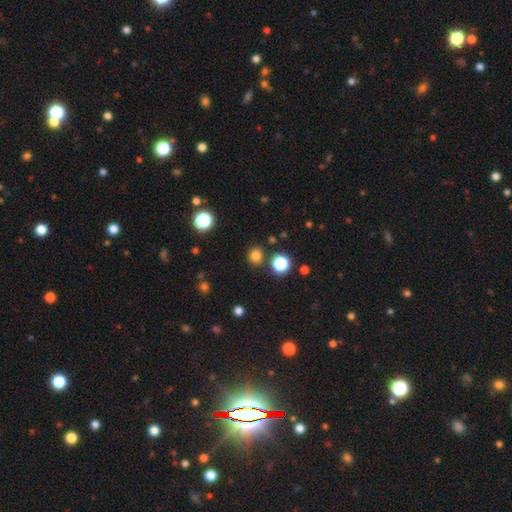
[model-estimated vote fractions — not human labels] smooth_or_featured: smooth (p=0.79) [alt: star or artifact p=0.17]
how_rounded: round (p=0.84) [alt: in between p=0.15]
merging: none (p=0.86) [alt: minor disturbance p=0.07]